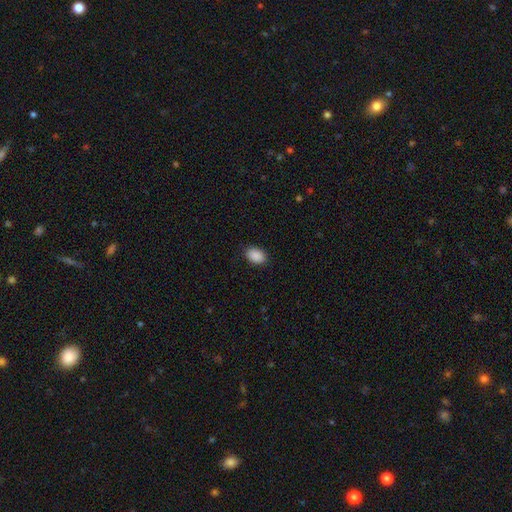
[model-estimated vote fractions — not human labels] Smooth or featured? Predicted: smooth (p=0.90). How rounded? Predicted: in between (p=0.85). Merging? Predicted: none (p=0.88).